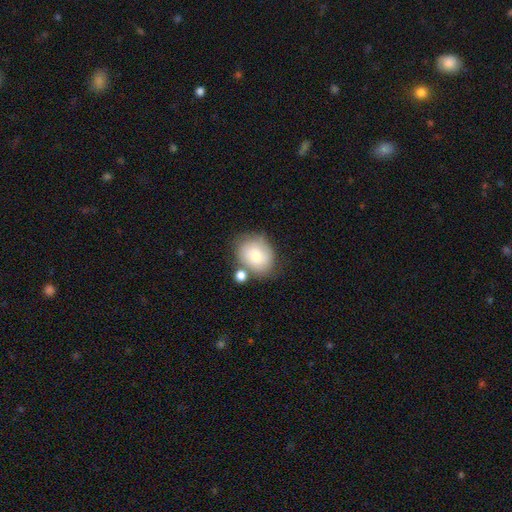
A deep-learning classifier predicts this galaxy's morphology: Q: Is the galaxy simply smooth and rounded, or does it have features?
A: smooth — 75%.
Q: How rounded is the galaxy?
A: round — 59%.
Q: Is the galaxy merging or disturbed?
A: none — 61%.